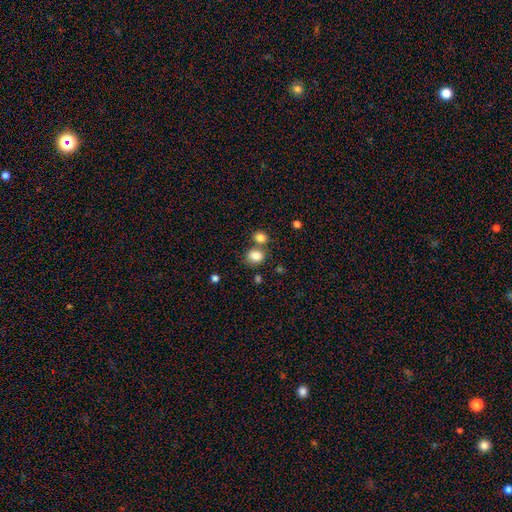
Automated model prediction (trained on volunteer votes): The model was most divided on "how rounded": round: 55%, in between: 44%, cigar-shaped: 1%. More confident: smooth or featured — smooth (84%); merging — none (59%).